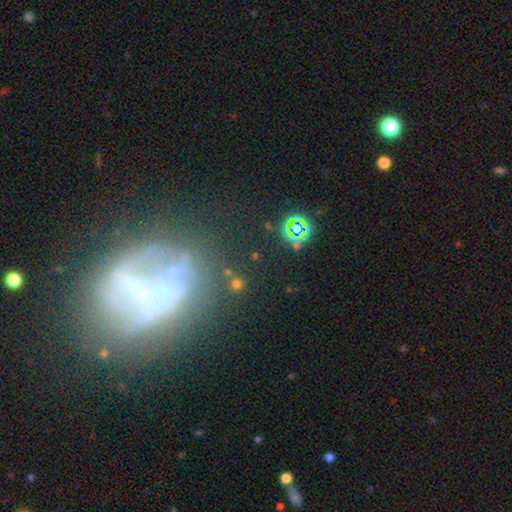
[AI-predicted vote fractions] Overall: star or artifact (43%; featured or disk 30%).